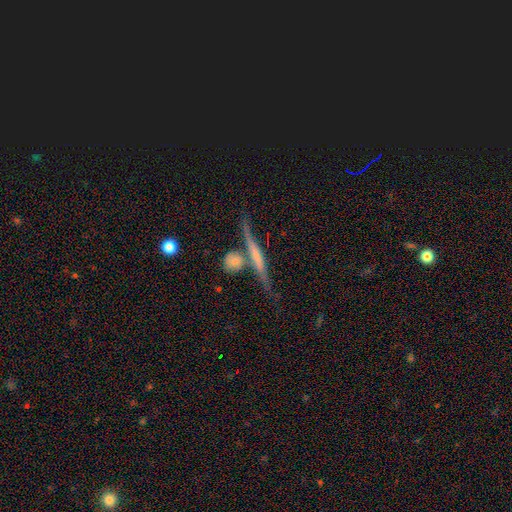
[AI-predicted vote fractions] A featured or disk galaxy (67%) viewed edge-on (93%) with no central bulge (46%). Merging: none (66%).